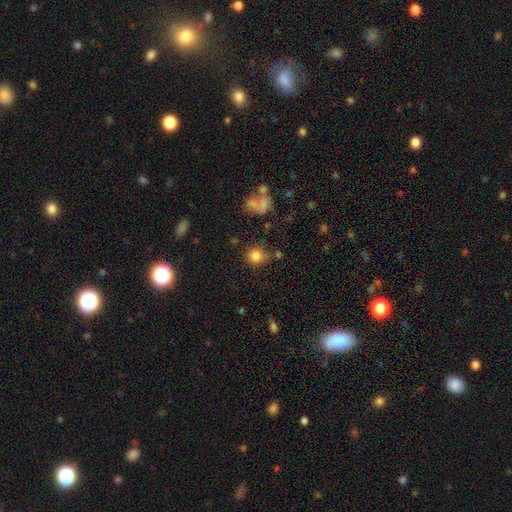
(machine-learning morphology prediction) This appears to be a smooth galaxy with no disk features (81%) that is round (83%). Merging: none (66%).